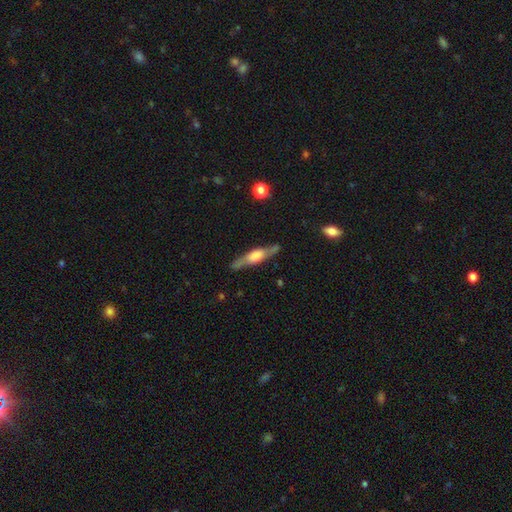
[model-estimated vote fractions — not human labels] A featured or disk galaxy (66%) viewed edge-on (88%) with a rounded central bulge (67%).

Vote fractions:
- Smooth or featured? featured or disk: 66% / smooth: 29% / star or artifact: 5%
- Edge-on disk? yes: 88% / no: 12%
- Edge-on bulge? rounded: 67% / boxy: 26% / none: 6%
- Merging? none: 83% / minor disturbance: 12% / major disturbance: 3% / merger: 2%